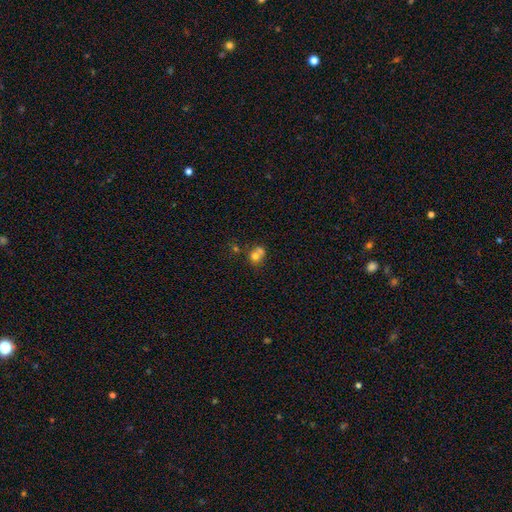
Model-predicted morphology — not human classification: Q: Smooth or featured?
A: smooth (69%); runner-up: featured or disk (18%)
Q: How rounded?
A: round (76%); runner-up: in between (24%)
Q: Merging?
A: merger (54%); runner-up: none (33%)